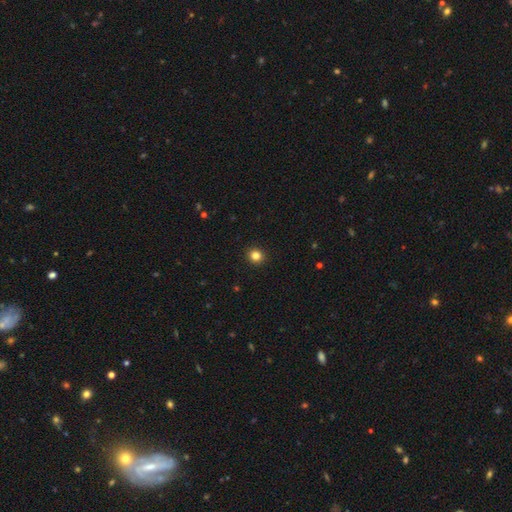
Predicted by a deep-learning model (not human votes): Overall: smooth (84%). How rounded: round (90%). Merging: none (93%).